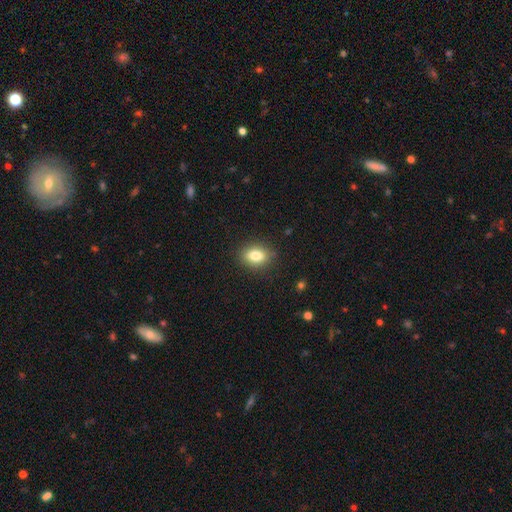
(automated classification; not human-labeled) A smooth galaxy with no disk features (81%) that is in between round and cigar-shaped (70%).

Vote fractions:
- Smooth or featured? smooth: 81% / star or artifact: 10% / featured or disk: 9%
- How rounded? in between: 70% / round: 28% / cigar-shaped: 2%
- Merging? none: 87% / minor disturbance: 10% / major disturbance: 3% / merger: 1%